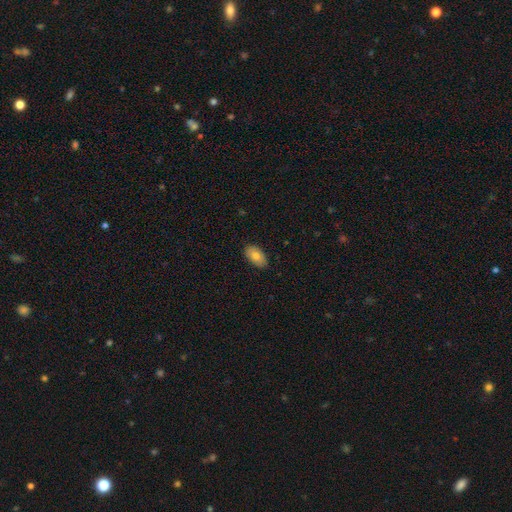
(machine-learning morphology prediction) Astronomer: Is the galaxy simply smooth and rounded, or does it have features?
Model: smooth — 76%.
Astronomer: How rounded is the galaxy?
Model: in between — 93%.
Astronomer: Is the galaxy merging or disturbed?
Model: none — 86%.